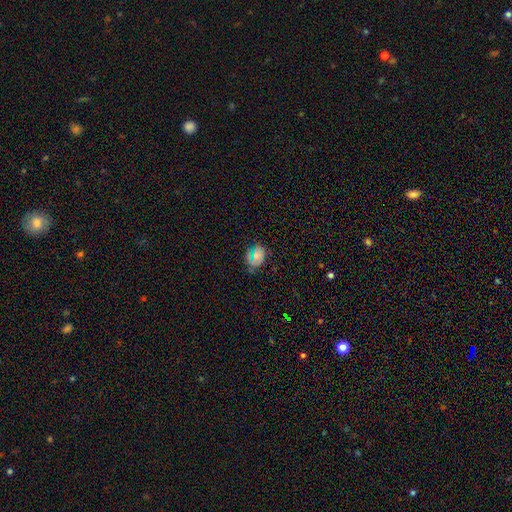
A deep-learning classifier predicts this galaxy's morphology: This is likely a smooth galaxy (61%). How rounded: possibly in between (60%). Merging: likely none (71%).